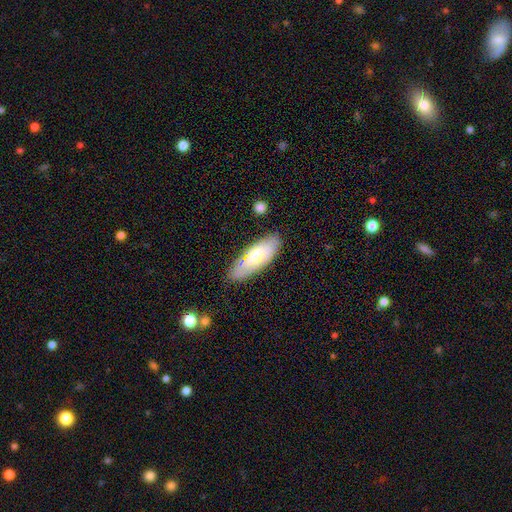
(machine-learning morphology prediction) This appears to be a smooth galaxy with no disk features (50%). Merging: none (78%).